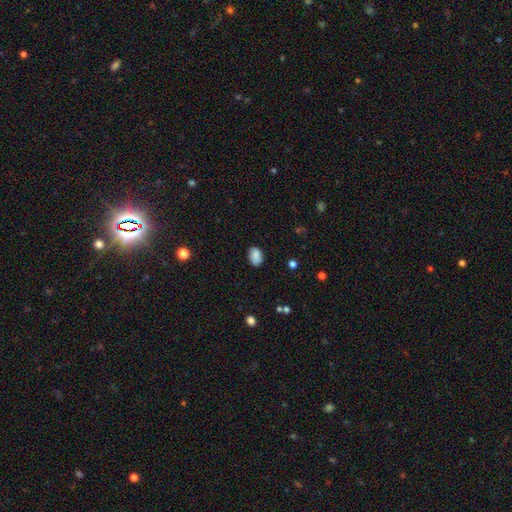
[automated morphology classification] A smooth galaxy with no disk features (86%) that is in between round and cigar-shaped (81%). Merging: none (81%).